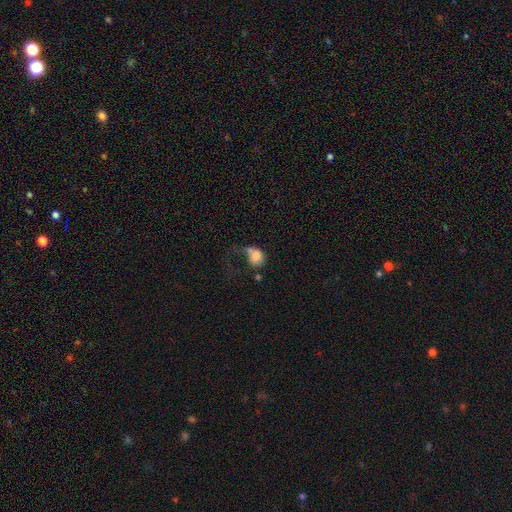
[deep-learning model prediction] A smooth galaxy with no disk features (71%) that is round (56%).

Vote fractions:
- Smooth or featured? smooth: 71% / featured or disk: 20% / star or artifact: 9%
- How rounded? round: 56% / in between: 43% / cigar-shaped: 1%
- Merging? major disturbance: 44% / none: 22% / minor disturbance: 18% / merger: 16%